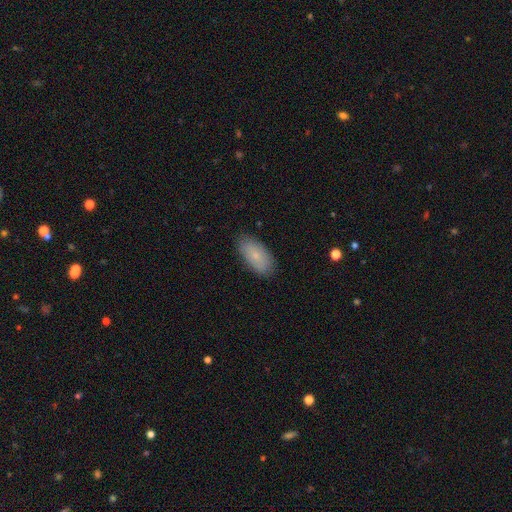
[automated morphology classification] type=smooth (80%); roundness=in between (92%); merging=none (83%).